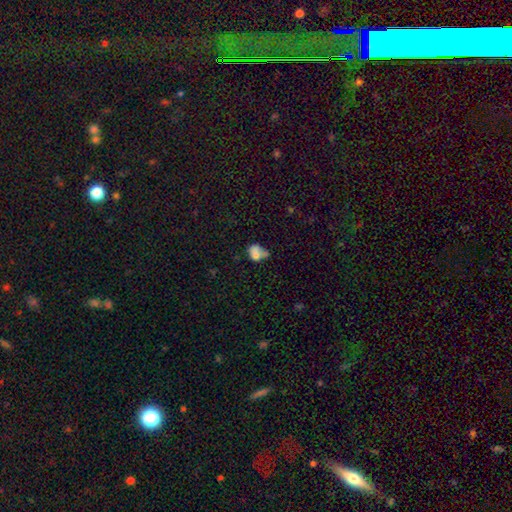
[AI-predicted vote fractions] smooth-or-featured: smooth: 71% | featured or disk: 17% | star or artifact: 11%
  how-rounded: in between: 59% | round: 40% | cigar-shaped: 1%
  merging: merger: 36% | none: 27% | minor disturbance: 23% | major disturbance: 15%